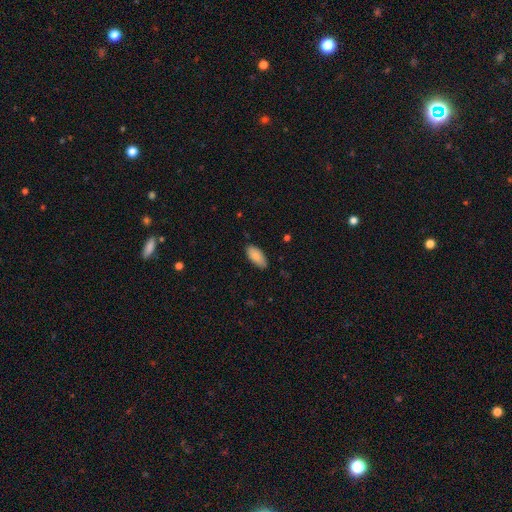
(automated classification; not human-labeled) The model was most divided on "merging": none: 83%, minor disturbance: 14%, major disturbance: 2%, merger: 1%. More confident: how rounded — in between (91%); smooth or featured — smooth (89%).